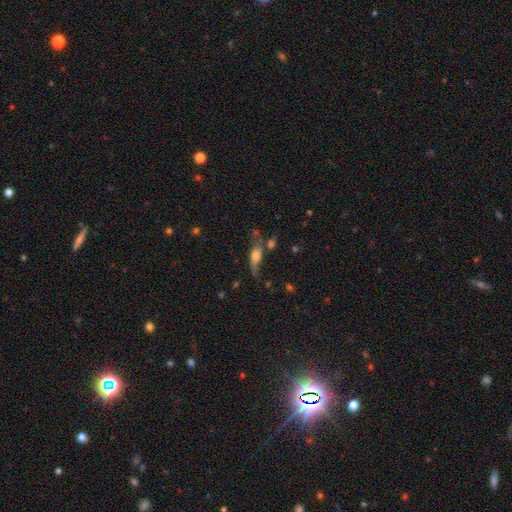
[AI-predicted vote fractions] The model was most divided on "smooth or featured": featured or disk: 45%, smooth: 44%, star or artifact: 11%. Remaining: merging — none (42%).